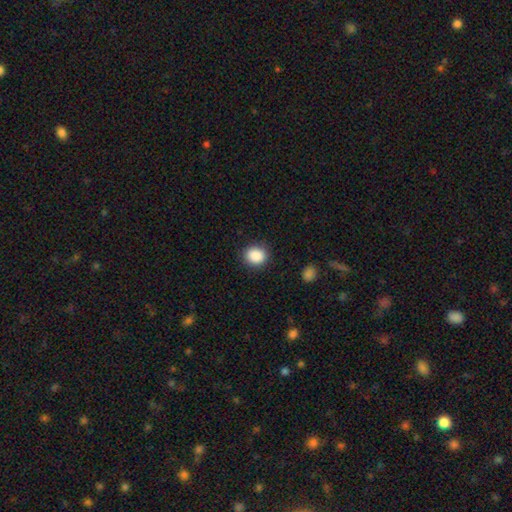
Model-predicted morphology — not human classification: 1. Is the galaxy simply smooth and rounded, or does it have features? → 88% smooth, 9% star or artifact, 3% featured or disk.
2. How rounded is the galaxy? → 73% round, 26% in between, 1% cigar-shaped.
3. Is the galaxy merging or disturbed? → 87% none, 9% minor disturbance, 3% major disturbance, 1% merger.